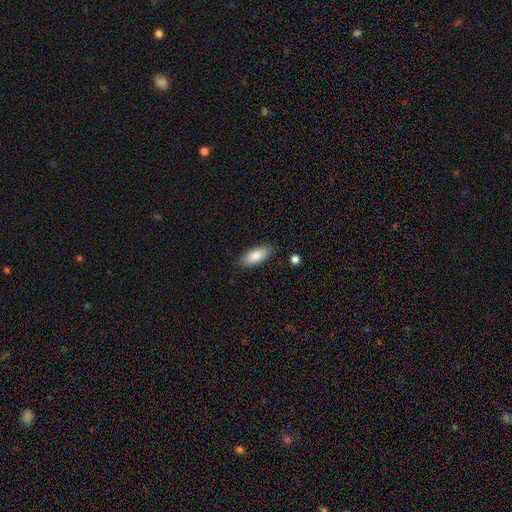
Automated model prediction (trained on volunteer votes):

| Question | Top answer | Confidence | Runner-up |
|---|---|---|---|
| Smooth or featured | smooth | 83% | featured or disk (10%) |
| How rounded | in between | 81% | cigar-shaped (17%) |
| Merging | none | 85% | minor disturbance (11%) |